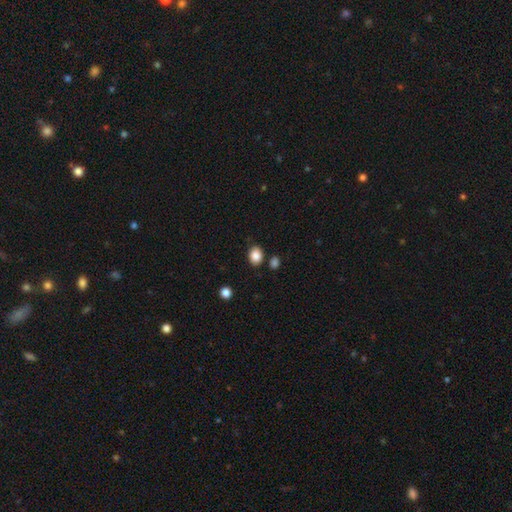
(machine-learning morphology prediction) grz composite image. It shows a smooth galaxy with no disk features (87%) that is in between round and cigar-shaped (61%). Merging: none (82%).